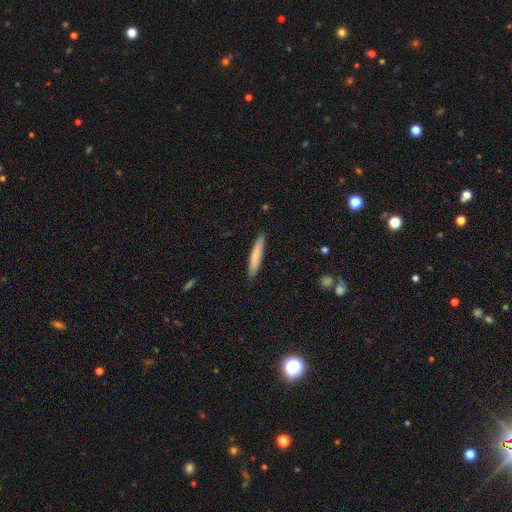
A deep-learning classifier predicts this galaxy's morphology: Smooth or featured? smooth (72%)
How rounded? cigar-shaped (92%)
Merging? none (88%)